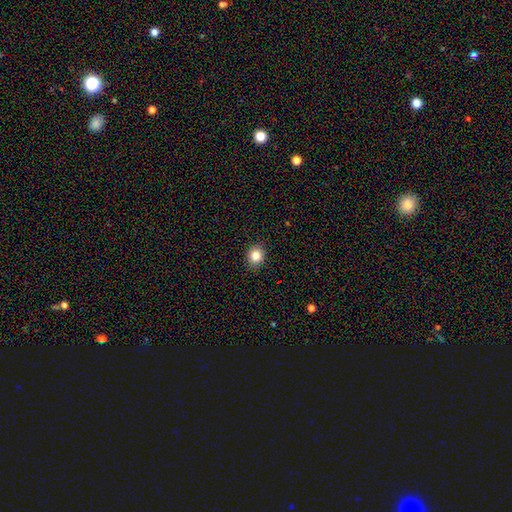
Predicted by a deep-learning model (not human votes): This appears to be a smooth galaxy with no disk features (83%) that is round (69%). Merging: none (90%).